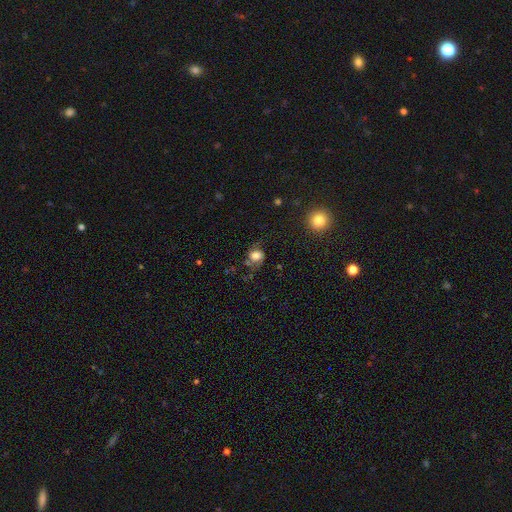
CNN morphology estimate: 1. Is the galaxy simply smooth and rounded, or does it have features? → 64% smooth, 24% featured or disk, 12% star or artifact.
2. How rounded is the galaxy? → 65% round, 34% in between, 1% cigar-shaped.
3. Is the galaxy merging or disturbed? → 55% none, 25% minor disturbance, 16% major disturbance, 4% merger.